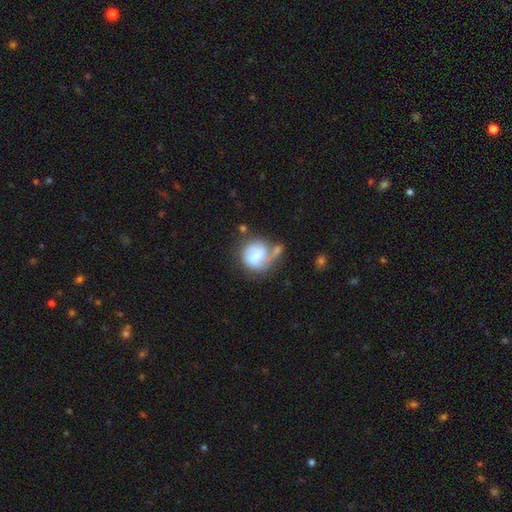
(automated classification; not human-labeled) The model was most divided on "merging": none: 32%, merger: 25%, minor disturbance: 22%, major disturbance: 21%. More confident: edge-on disk — no (97%); smooth or featured — featured or disk (51%).